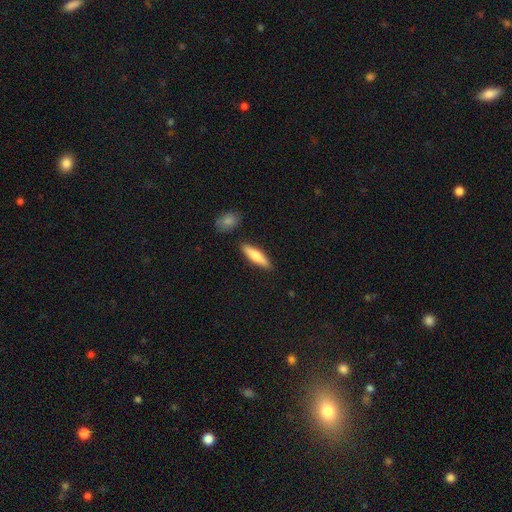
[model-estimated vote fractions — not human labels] Overall: smooth (69%). How rounded: cigar-shaped (72%). Merging: none (86%).